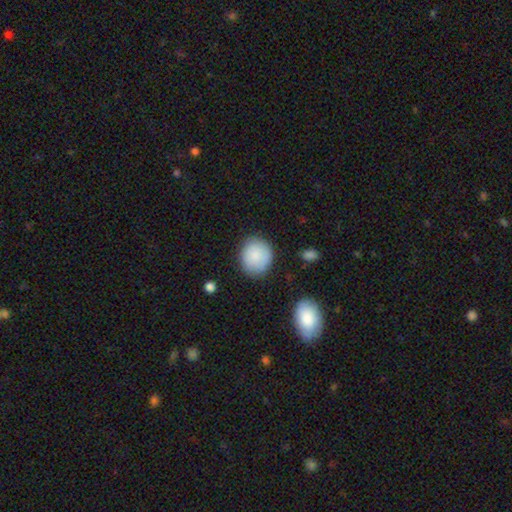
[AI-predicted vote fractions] Overall: smooth (85%). How rounded: round (76%). Merging: none (80%).